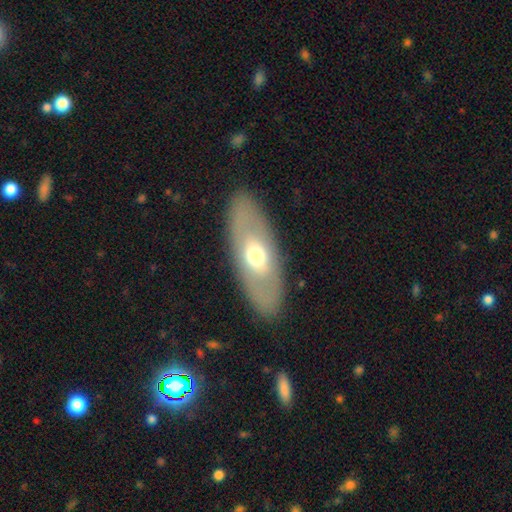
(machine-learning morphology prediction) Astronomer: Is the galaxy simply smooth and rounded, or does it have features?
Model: smooth — 47%, tied with featured or disk at 47%.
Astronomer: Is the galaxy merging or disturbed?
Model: none — 87%.